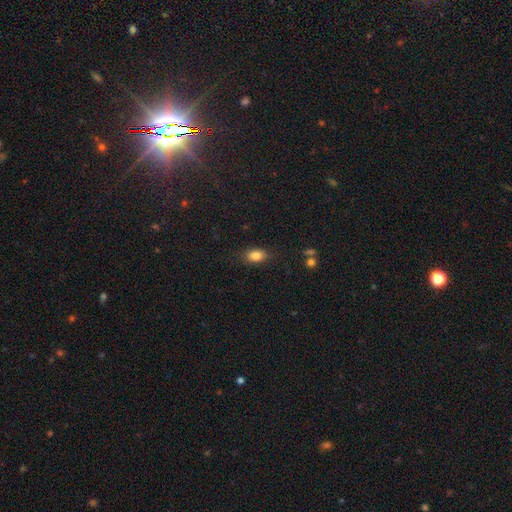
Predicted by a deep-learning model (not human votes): A smooth galaxy with no disk features (83%) that is in between round and cigar-shaped (82%).

Vote fractions:
- Smooth or featured? smooth: 83% / star or artifact: 10% / featured or disk: 7%
- How rounded? in between: 82% / round: 15% / cigar-shaped: 3%
- Merging? none: 83% / minor disturbance: 12% / major disturbance: 3% / merger: 1%